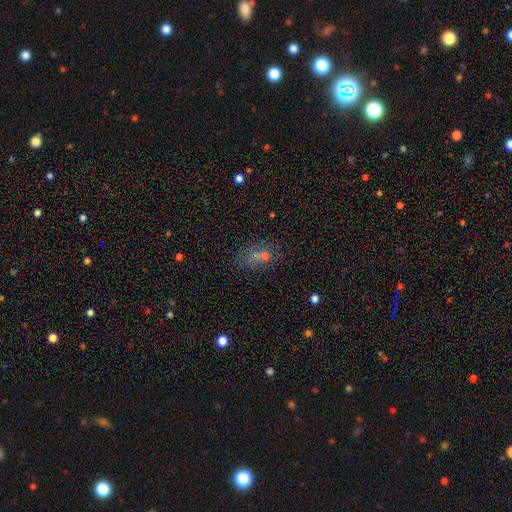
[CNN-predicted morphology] Smooth or featured?
  - smooth: 50% *
  - star or artifact: 29%
  - featured or disk: 21%
How rounded?
  - in between: 65% *
  - round: 31%
  - cigar-shaped: 4%
Merging?
  - none: 45% *
  - merger: 26%
  - minor disturbance: 16%
  - major disturbance: 13%